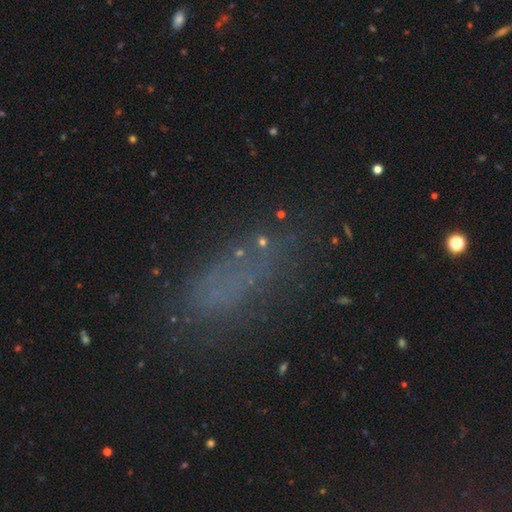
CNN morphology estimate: Smooth or featured: smooth — 52% (star or artifact — 29%)
How rounded: in between — 68% (cigar-shaped — 26%)
Merging: none — 61% (minor disturbance — 20%)